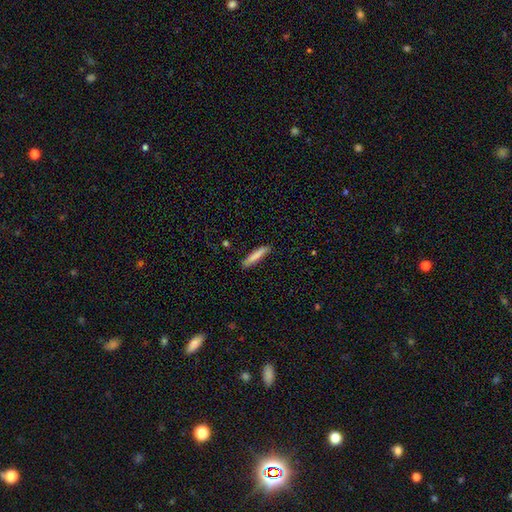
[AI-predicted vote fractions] This is clearly a smooth galaxy (82%). How rounded: clearly cigar-shaped (90%). Merging: clearly none (88%).